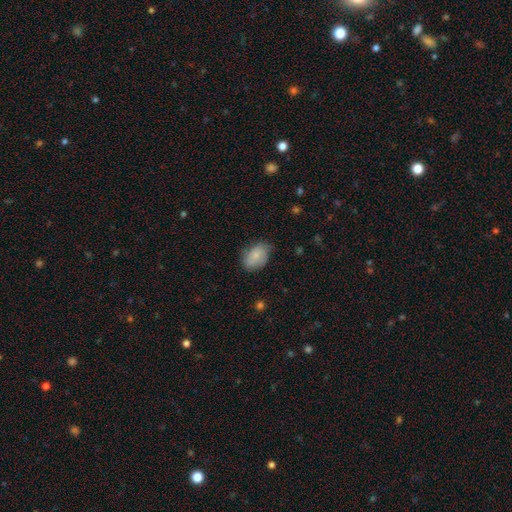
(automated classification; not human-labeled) Overall: smooth (81%). How rounded: in between (81%). Merging: none (65%; minor disturbance 27%).